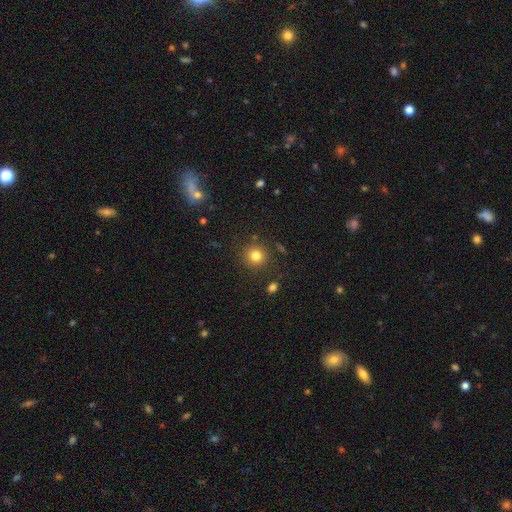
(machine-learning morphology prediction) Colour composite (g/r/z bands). It shows a smooth galaxy with no disk features (80%) that is round (92%). Merging: none (87%).